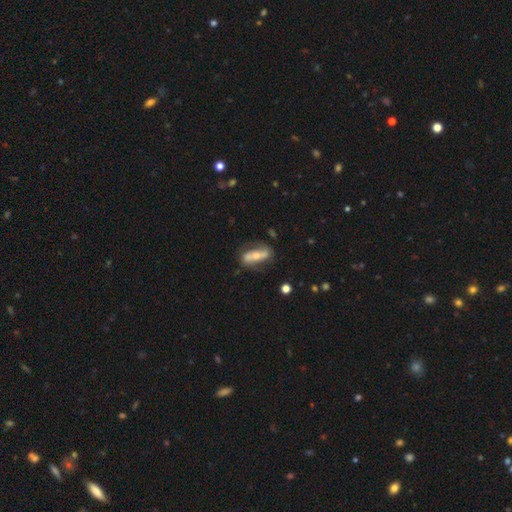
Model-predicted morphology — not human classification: smooth_or_featured: featured or disk (p=0.58) [alt: smooth p=0.36]
disk_edge_on: no (p=0.73) [alt: yes p=0.27]
merging: none (p=0.69) [alt: minor disturbance p=0.19]